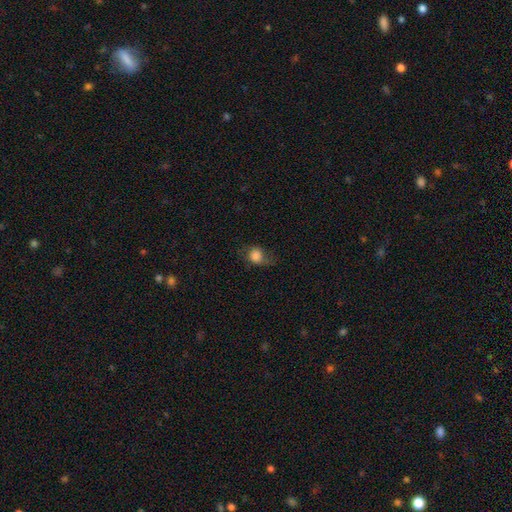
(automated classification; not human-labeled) Smooth or featured? Predicted: smooth (p=0.80). How rounded? Predicted: round (p=0.64). Merging? Predicted: none (p=0.54).